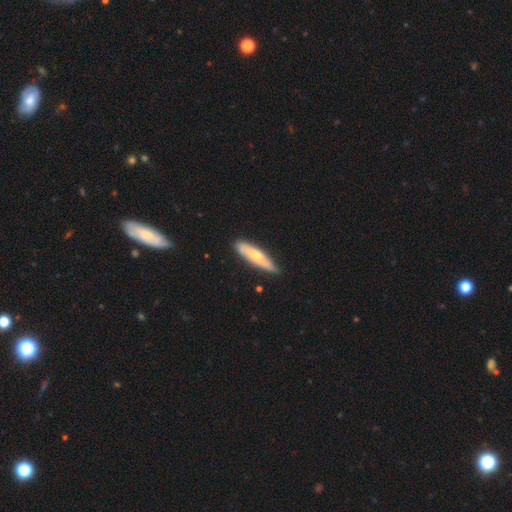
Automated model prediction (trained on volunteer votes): A smooth galaxy with no disk features (54%) that is cigar-shaped (75%). Merging: none (79%).